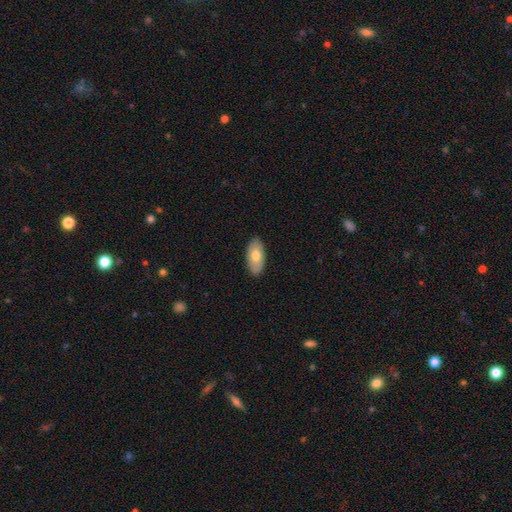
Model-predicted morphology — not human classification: A smooth galaxy with no disk features (70%) that is in between round and cigar-shaped (93%). Merging: none (88%).